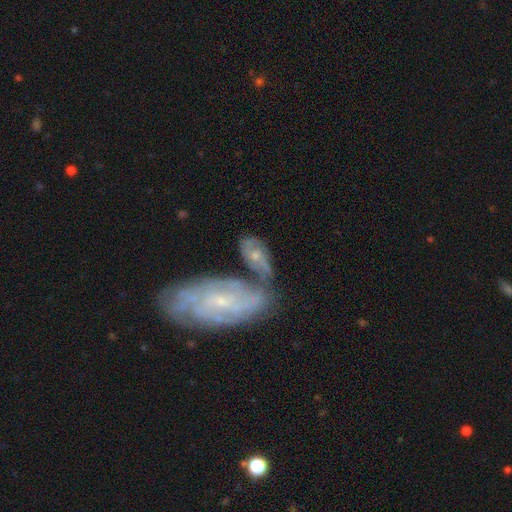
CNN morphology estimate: Overall: featured or disk (68%). Edge-on disk: no (94%). Bar: no (63%; weak 31%). Spiral arms: yes (81%). Spiral arm count: 2 (47%; can't tell 31%). Spiral winding: medium (40%; tight 34%). Bulge size: small (50%; moderate 39%). Merging: merger (40%; none 31%).